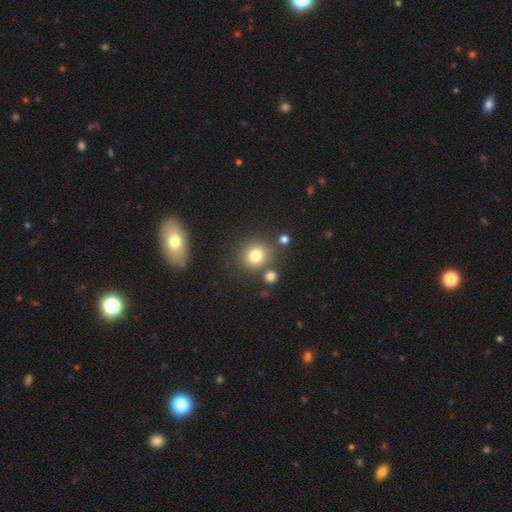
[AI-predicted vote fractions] The model was most divided on "smooth or featured": smooth: 78%, star or artifact: 13%, featured or disk: 9%. More confident: how rounded — round (85%); merging — none (76%).